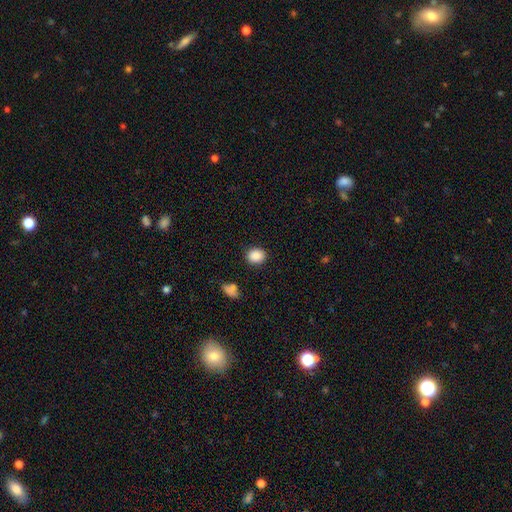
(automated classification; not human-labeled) Q: Smooth or featured?
A: smooth (88%); runner-up: star or artifact (9%)
Q: How rounded?
A: round (61%); runner-up: in between (38%)
Q: Merging?
A: none (87%); runner-up: minor disturbance (8%)